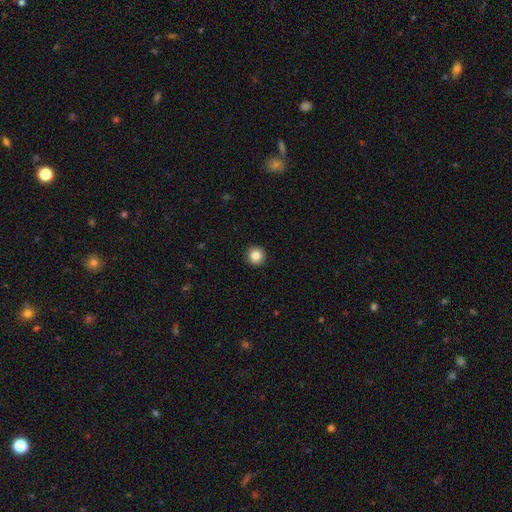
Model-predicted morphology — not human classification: This appears to be a smooth galaxy with no disk features (85%) that is round (96%). Merging: none (94%).